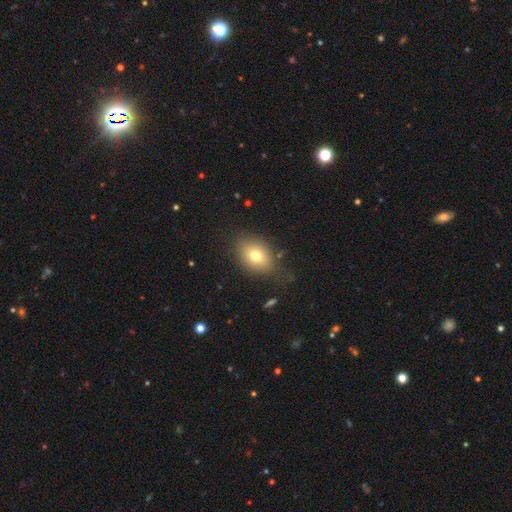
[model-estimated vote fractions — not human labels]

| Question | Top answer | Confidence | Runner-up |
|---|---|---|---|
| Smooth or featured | smooth | 73% | featured or disk (16%) |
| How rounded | in between | 70% | round (29%) |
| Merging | none | 73% | minor disturbance (18%) |